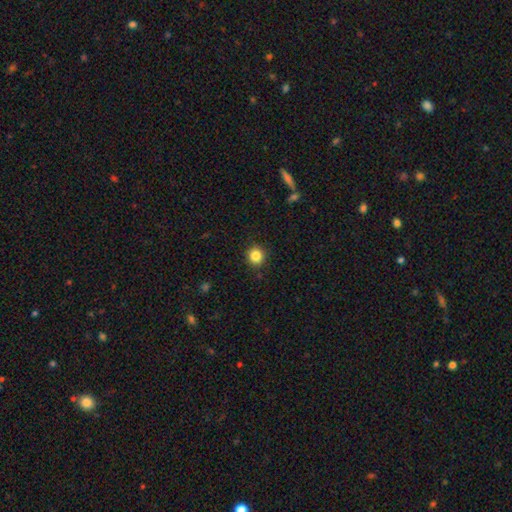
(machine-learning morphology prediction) Overall: smooth (85%). How rounded: round (90%). Merging: none (91%).